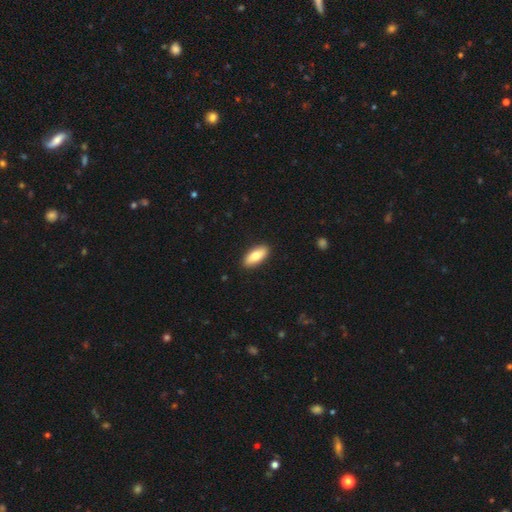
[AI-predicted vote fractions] Smooth or featured?
  - smooth: 78% *
  - featured or disk: 17%
  - star or artifact: 6%
How rounded?
  - in between: 82% *
  - cigar-shaped: 16%
  - round: 2%
Merging?
  - none: 90% *
  - minor disturbance: 7%
  - major disturbance: 2%
  - merger: 1%